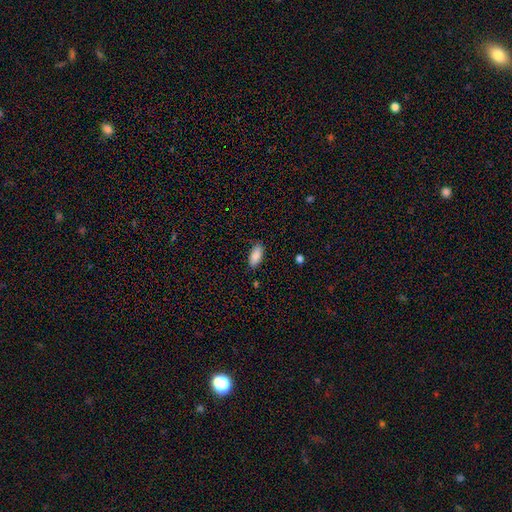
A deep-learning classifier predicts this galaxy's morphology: Smooth or featured: smooth — 88% (star or artifact — 7%)
How rounded: in between — 86% (cigar-shaped — 12%)
Merging: none — 83% (minor disturbance — 13%)